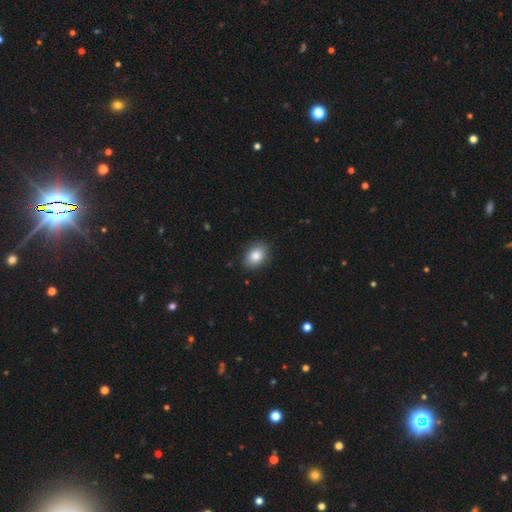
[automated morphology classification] Q: Smooth or featured?
A: smooth (85%); runner-up: star or artifact (8%)
Q: How rounded?
A: in between (78%); runner-up: round (21%)
Q: Merging?
A: none (87%); runner-up: minor disturbance (10%)